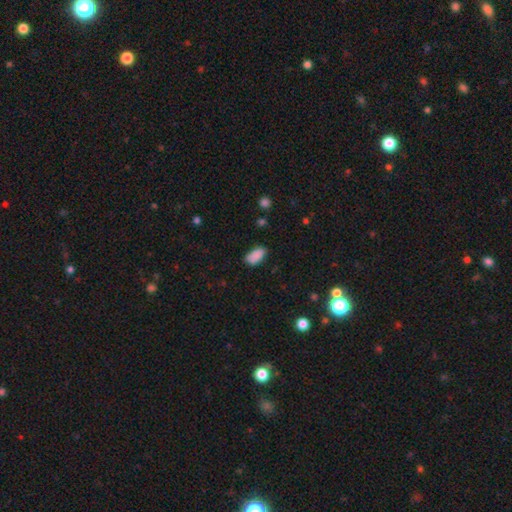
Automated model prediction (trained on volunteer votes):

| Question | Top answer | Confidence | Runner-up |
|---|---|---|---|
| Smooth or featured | smooth | 88% | star or artifact (8%) |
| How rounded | in between | 93% | cigar-shaped (4%) |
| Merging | none | 77% | minor disturbance (18%) |